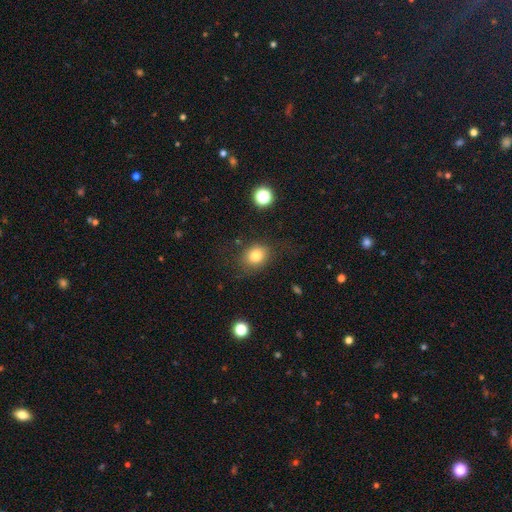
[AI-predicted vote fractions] This is likely a smooth galaxy (80%). How rounded: possibly round (57%). Merging: likely none (77%).